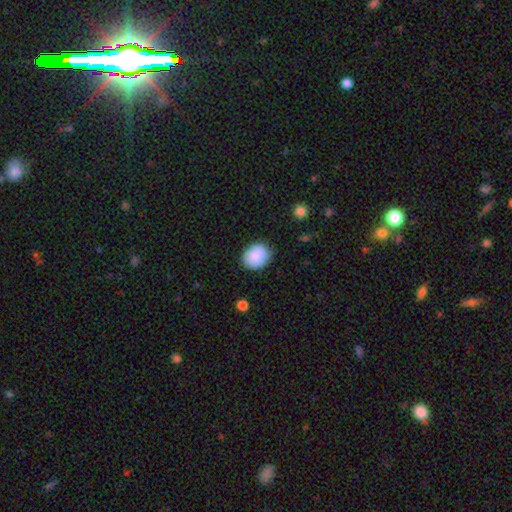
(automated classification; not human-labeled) This appears to be a smooth galaxy with no disk features (86%) that is round (52%). Merging: none (78%).